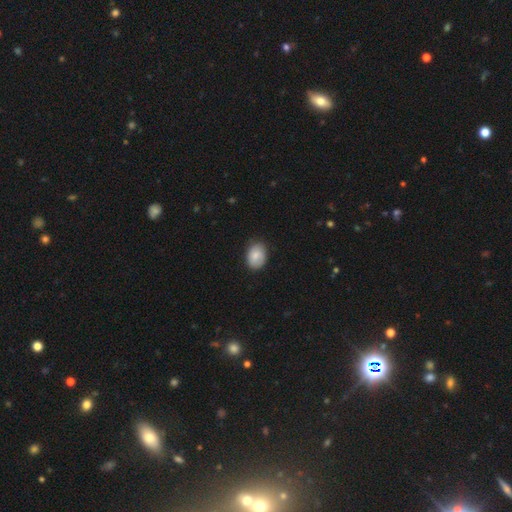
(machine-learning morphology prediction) Smooth or featured?
  - smooth: 83% *
  - featured or disk: 10%
  - star or artifact: 7%
How rounded?
  - in between: 73% *
  - round: 26%
  - cigar-shaped: 1%
Merging?
  - none: 78% *
  - minor disturbance: 18%
  - major disturbance: 3%
  - merger: 1%